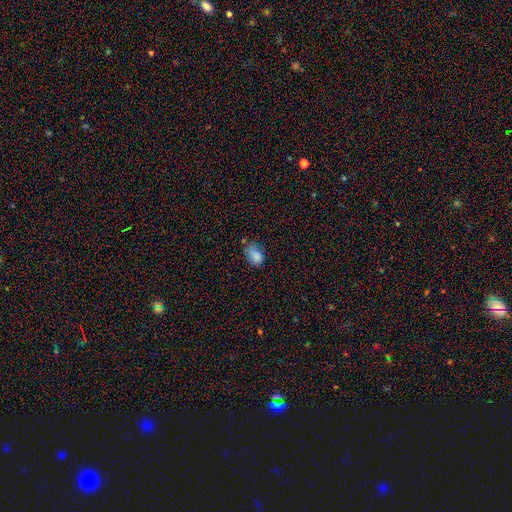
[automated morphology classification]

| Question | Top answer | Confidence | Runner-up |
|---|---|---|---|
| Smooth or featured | smooth | 79% | star or artifact (13%) |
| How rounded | in between | 77% | round (22%) |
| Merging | none | 51% | minor disturbance (32%) |